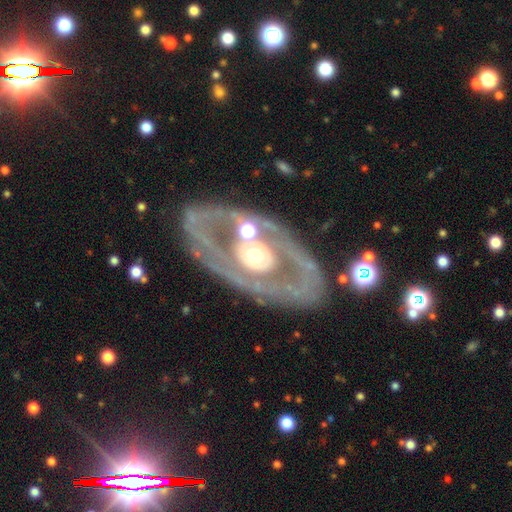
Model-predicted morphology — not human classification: Q: Smooth or featured?
A: featured or disk (80%); runner-up: smooth (15%)
Q: Edge-on disk?
A: no (93%); runner-up: yes (7%)
Q: Bar?
A: no (83%); runner-up: weak (11%)
Q: Spiral arms?
A: no (60%); runner-up: yes (40%)
Q: Bulge size?
A: moderate (69%); runner-up: large (18%)
Q: Merging?
A: none (65%); runner-up: minor disturbance (16%)